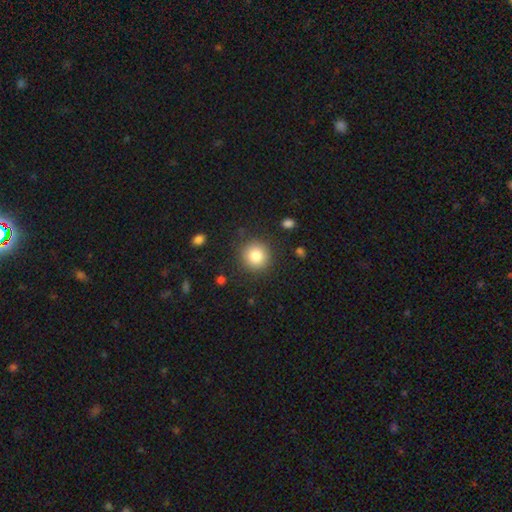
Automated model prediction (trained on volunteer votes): This appears to be a smooth galaxy with no disk features (83%) that is round (92%). Merging: none (88%).